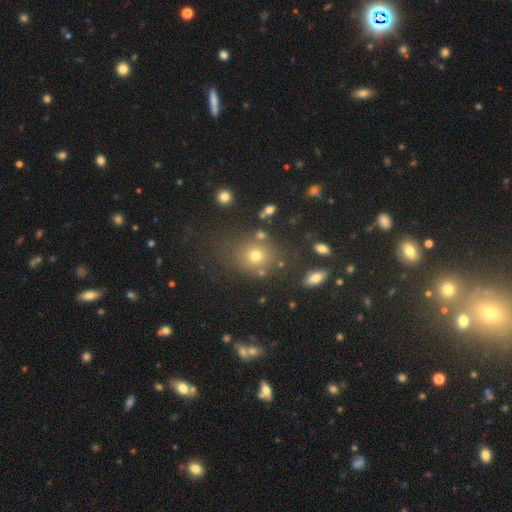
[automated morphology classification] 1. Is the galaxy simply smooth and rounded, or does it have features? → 66% smooth, 22% star or artifact, 12% featured or disk.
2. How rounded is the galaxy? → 77% round, 22% in between, 1% cigar-shaped.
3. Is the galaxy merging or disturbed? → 76% none, 11% minor disturbance, 8% merger, 5% major disturbance.